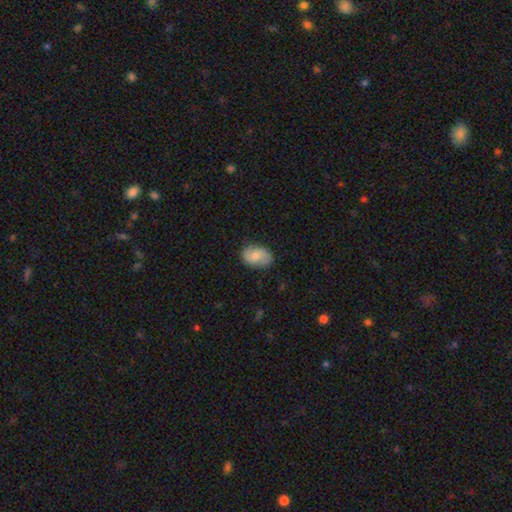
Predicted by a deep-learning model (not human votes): Smooth or featured: smooth — 62% (featured or disk — 31%)
How rounded: in between — 84% (round — 15%)
Merging: none — 78% (minor disturbance — 17%)